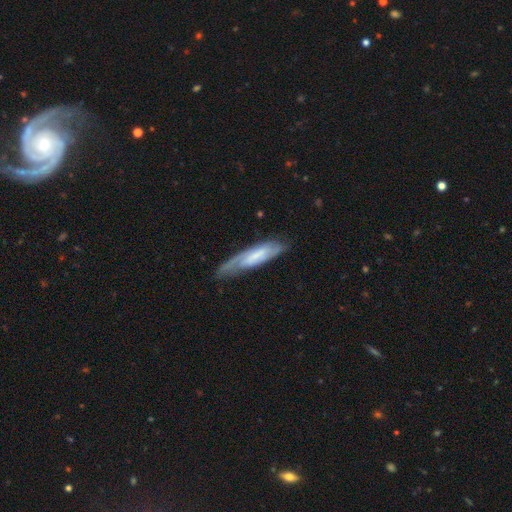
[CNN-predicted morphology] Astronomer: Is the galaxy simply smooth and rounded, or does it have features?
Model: featured or disk — 62%.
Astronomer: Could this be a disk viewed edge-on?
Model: no — 65%.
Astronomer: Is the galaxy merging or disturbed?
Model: none — 65%.